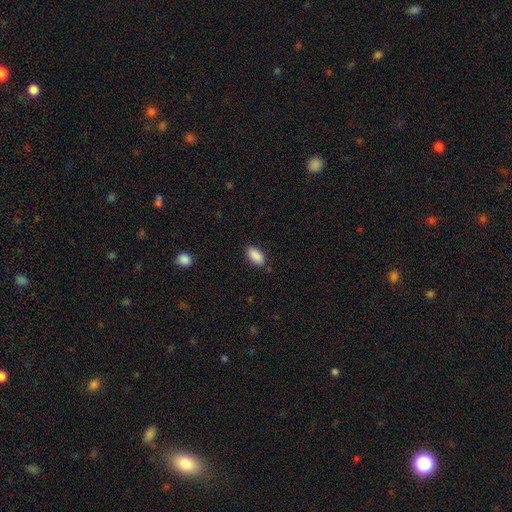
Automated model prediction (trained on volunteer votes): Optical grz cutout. It shows a smooth galaxy with no disk features (90%) that is in between round and cigar-shaped (93%). Merging: none (84%).